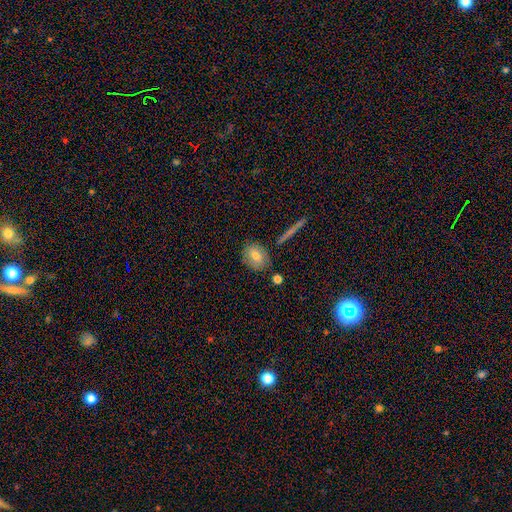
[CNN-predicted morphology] Q: Smooth or featured?
A: smooth (73%); runner-up: featured or disk (19%)
Q: How rounded?
A: in between (59%); runner-up: round (38%)
Q: Merging?
A: none (79%); runner-up: minor disturbance (13%)